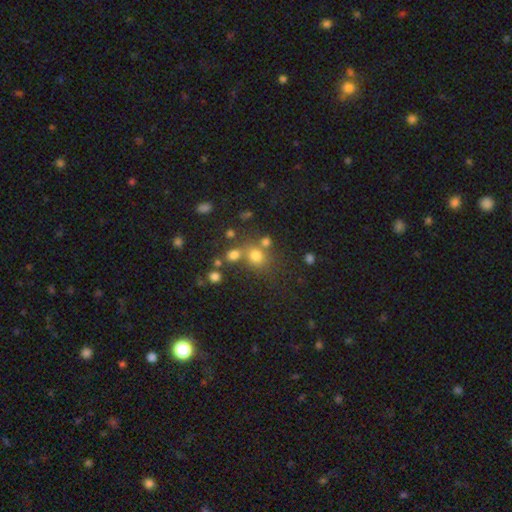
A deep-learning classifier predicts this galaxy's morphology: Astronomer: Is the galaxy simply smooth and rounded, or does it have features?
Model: smooth — 69%.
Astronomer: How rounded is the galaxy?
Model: round — 79%.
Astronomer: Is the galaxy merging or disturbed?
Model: none — 58%.